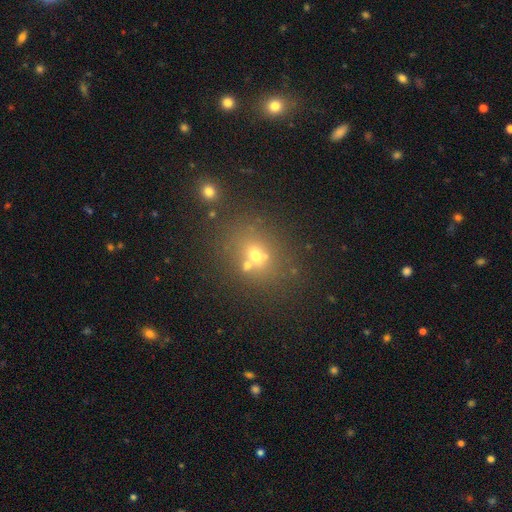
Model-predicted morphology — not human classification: The model was most divided on "how rounded": round: 62%, in between: 37%, cigar-shaped: 1%. More confident: merging — none (58%); smooth or featured — smooth (58%).